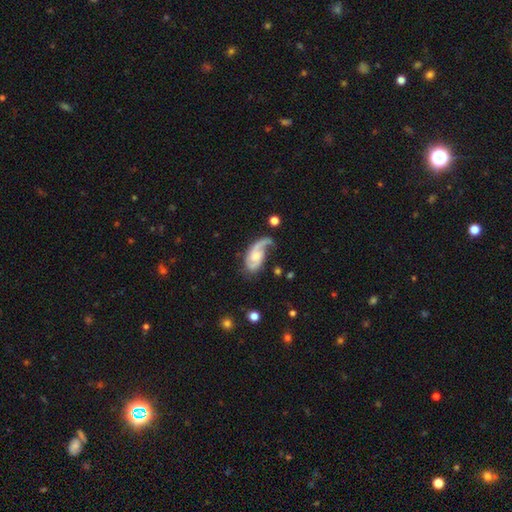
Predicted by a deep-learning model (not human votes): This appears to be a featured or disk galaxy (79%) with no bar (58%), 2 (56%) loose (42%) spiral arms (94%) and a small central bulge (37%). Merging: none (40%).